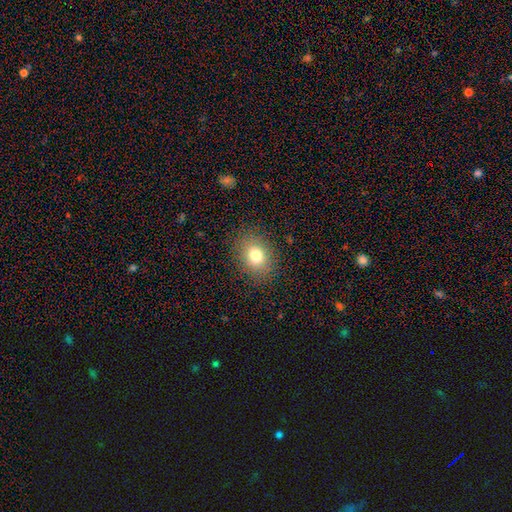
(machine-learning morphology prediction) A smooth galaxy with no disk features (77%) that is round (50%). Merging: none (86%).